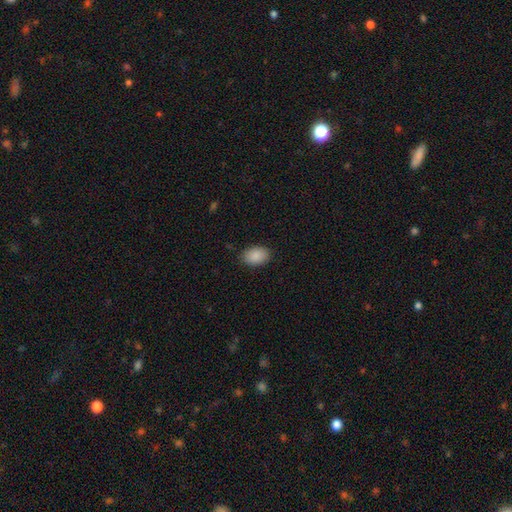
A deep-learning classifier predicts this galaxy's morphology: Smooth or featured? Predicted: smooth (p=0.90). How rounded? Predicted: in between (p=0.86). Merging? Predicted: none (p=0.86).